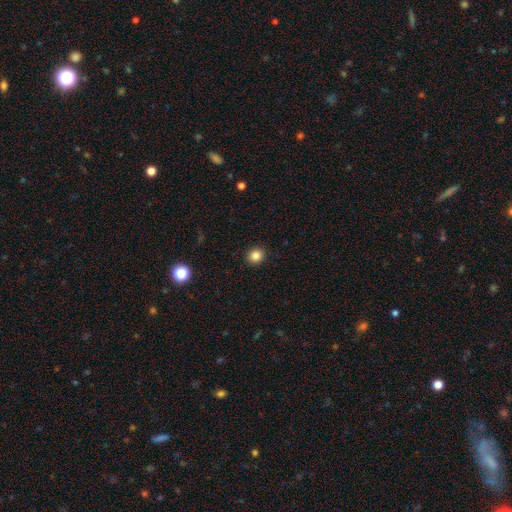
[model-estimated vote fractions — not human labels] Smooth or featured?
  - smooth: 85% *
  - star or artifact: 11%
  - featured or disk: 4%
How rounded?
  - round: 84% *
  - in between: 15%
  - cigar-shaped: 1%
Merging?
  - none: 92% *
  - minor disturbance: 5%
  - major disturbance: 2%
  - merger: 1%